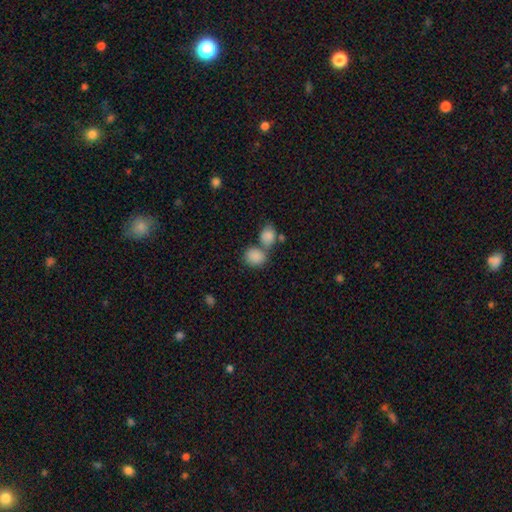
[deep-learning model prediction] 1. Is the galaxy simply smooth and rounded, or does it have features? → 86% smooth, 8% star or artifact, 6% featured or disk.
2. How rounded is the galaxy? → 56% round, 43% in between, 1% cigar-shaped.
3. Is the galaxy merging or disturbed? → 49% merger, 38% none, 9% minor disturbance, 4% major disturbance.